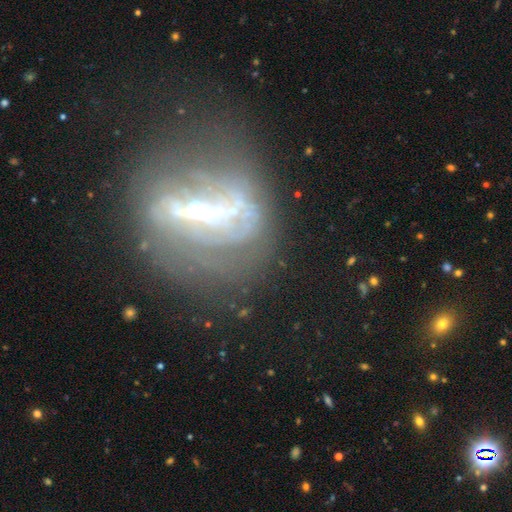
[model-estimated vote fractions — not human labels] Overall: featured or disk (75%). Edge-on disk: no (80%). Bar: strong (68%). Spiral arms: yes (52%; no 48%). Bulge size: moderate (35%; small 29%). Merging: none (52%; major disturbance 25%).